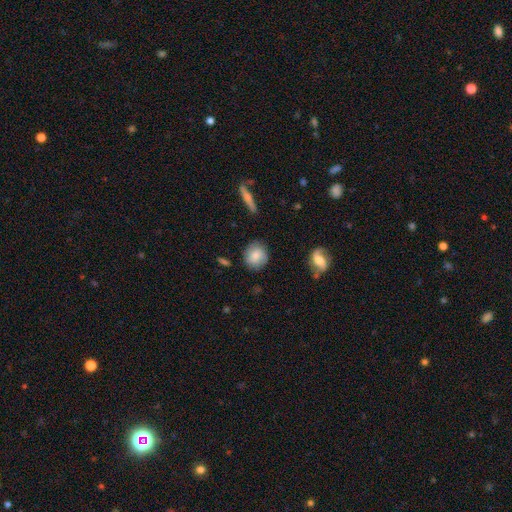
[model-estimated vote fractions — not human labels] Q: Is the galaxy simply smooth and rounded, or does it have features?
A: smooth — 75%.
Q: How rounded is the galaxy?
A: round — 81%.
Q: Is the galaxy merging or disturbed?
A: none — 81%.